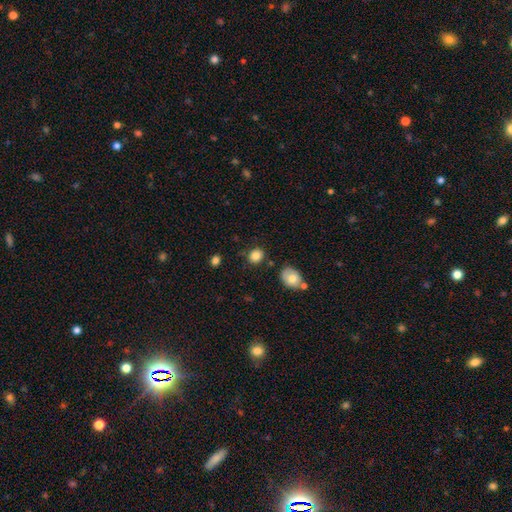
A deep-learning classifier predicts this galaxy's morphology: Smooth or featured? smooth (83%)
How rounded? round (69%)
Merging? none (79%)